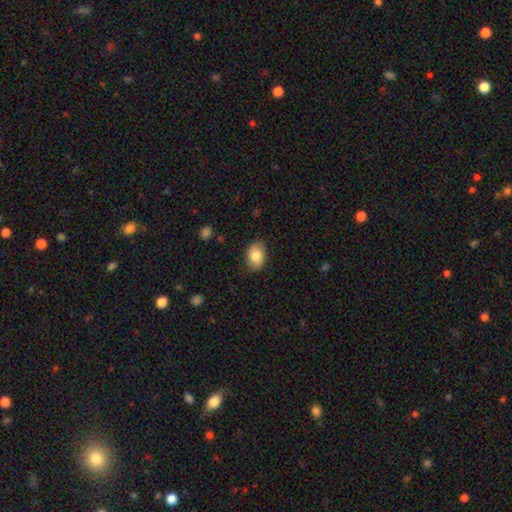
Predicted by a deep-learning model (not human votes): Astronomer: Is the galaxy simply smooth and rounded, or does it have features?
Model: smooth — 83%.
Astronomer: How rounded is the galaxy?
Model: in between — 78%.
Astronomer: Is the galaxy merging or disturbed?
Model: none — 82%.